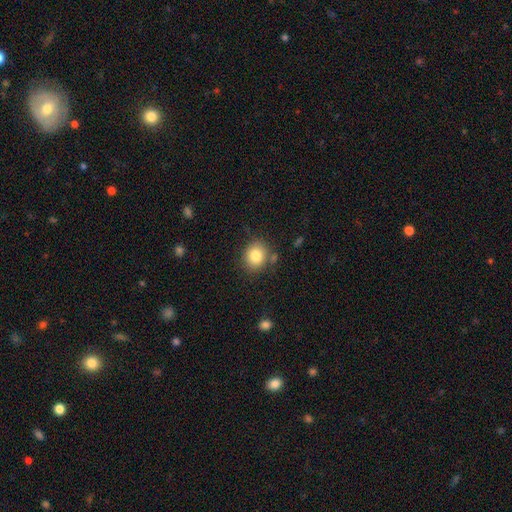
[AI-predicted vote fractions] Overall: smooth (82%). How rounded: round (72%). Merging: none (80%).